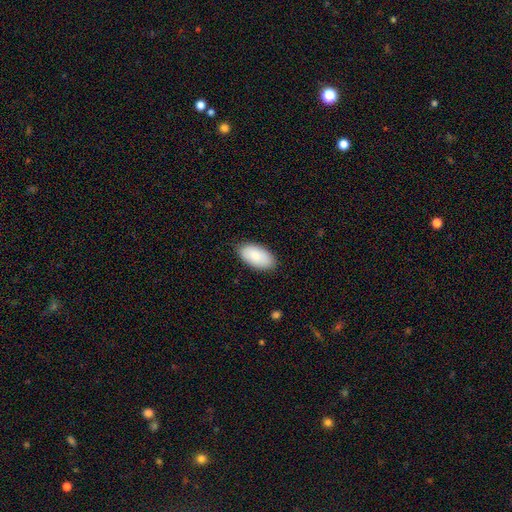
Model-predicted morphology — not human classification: This is clearly a smooth galaxy (87%). How rounded: clearly in between (96%). Merging: clearly none (85%).